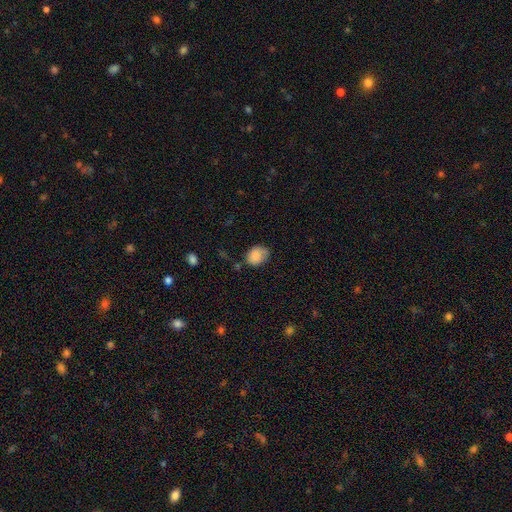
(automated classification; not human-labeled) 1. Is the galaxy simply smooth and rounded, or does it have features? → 84% smooth, 8% star or artifact, 7% featured or disk.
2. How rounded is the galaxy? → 55% in between, 44% round, 1% cigar-shaped.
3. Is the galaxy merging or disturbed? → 58% none, 30% minor disturbance, 8% major disturbance, 4% merger.